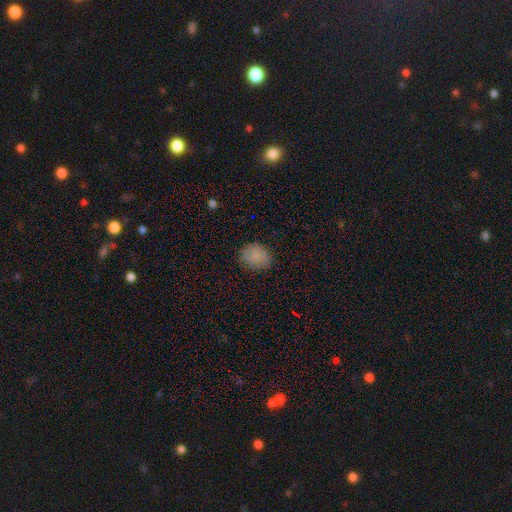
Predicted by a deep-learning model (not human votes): smooth-or-featured: smooth: 85% | star or artifact: 9% | featured or disk: 6%
  how-rounded: round: 66% | in between: 34% | cigar-shaped: 1%
  merging: none: 83% | minor disturbance: 13% | major disturbance: 3% | merger: 1%